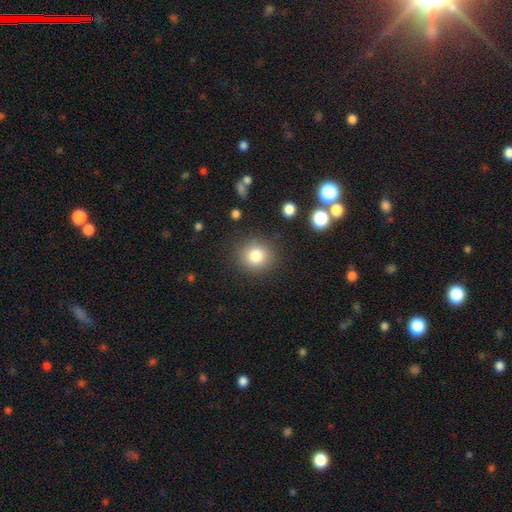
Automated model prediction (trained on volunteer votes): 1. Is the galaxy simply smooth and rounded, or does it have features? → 81% smooth, 12% star or artifact, 8% featured or disk.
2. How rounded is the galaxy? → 87% round, 12% in between, 1% cigar-shaped.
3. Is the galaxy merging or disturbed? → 87% none, 8% minor disturbance, 3% major disturbance, 2% merger.